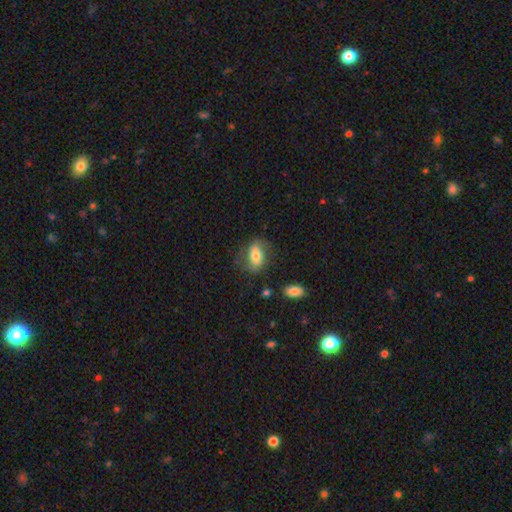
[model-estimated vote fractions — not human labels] Smooth or featured? Predicted: smooth (p=0.61). How rounded? Predicted: in between (p=0.83). Merging? Predicted: none (p=0.65).